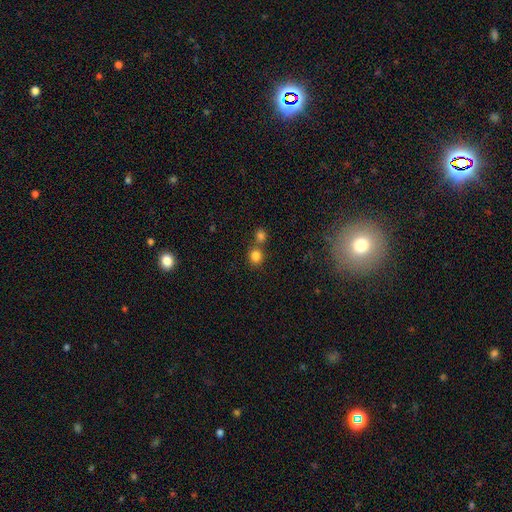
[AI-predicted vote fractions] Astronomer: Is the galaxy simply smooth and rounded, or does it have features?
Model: smooth — 81%.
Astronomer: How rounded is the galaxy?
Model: round — 83%.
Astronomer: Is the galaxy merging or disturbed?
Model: none — 56% (runner-up: merger, 34%).